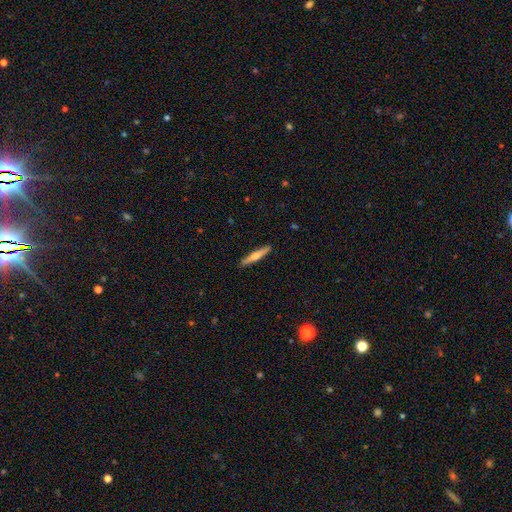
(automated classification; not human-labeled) A featured or disk galaxy (52%) viewed edge-on (96%) with a rounded central bulge (80%).

Vote fractions:
- Smooth or featured? featured or disk: 52% / smooth: 42% / star or artifact: 6%
- Edge-on disk? yes: 96% / no: 4%
- Edge-on bulge? rounded: 80% / none: 12% / boxy: 8%
- Merging? none: 91% / minor disturbance: 7% / major disturbance: 1% / merger: 1%